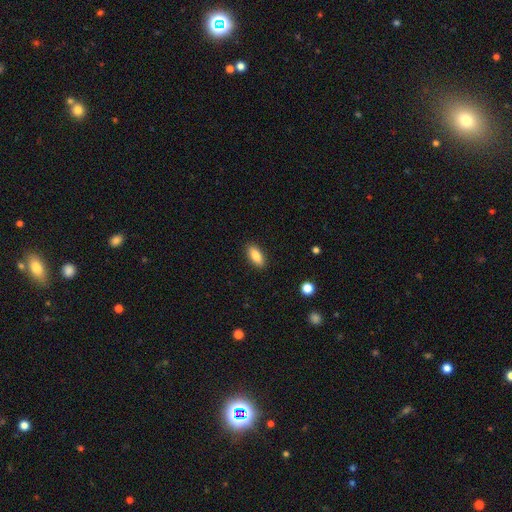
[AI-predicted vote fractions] Smooth or featured?
  - smooth: 86% *
  - featured or disk: 7%
  - star or artifact: 7%
How rounded?
  - in between: 83% *
  - cigar-shaped: 14%
  - round: 3%
Merging?
  - none: 89% *
  - minor disturbance: 8%
  - major disturbance: 2%
  - merger: 1%